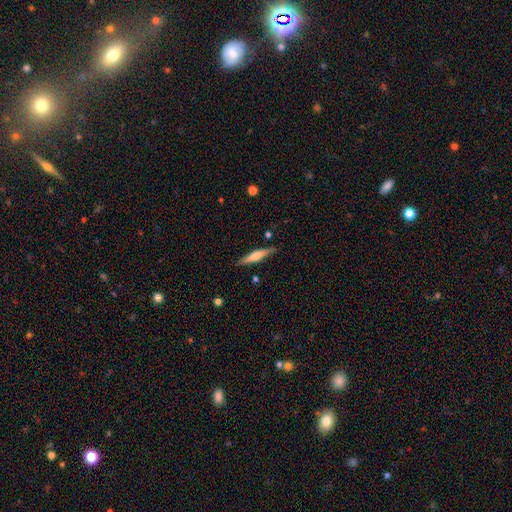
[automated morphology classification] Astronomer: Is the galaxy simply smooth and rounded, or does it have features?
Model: smooth — 47%, tied with featured or disk at 47%.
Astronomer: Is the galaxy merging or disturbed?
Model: none — 86%.